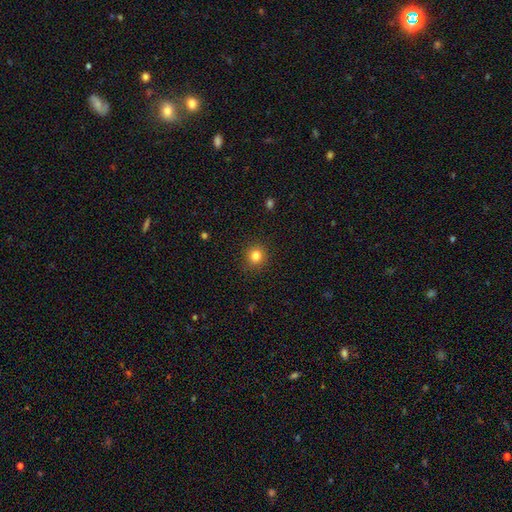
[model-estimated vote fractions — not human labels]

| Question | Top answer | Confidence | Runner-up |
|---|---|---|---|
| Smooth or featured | smooth | 83% | star or artifact (12%) |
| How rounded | round | 90% | in between (9%) |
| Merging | none | 90% | minor disturbance (7%) |